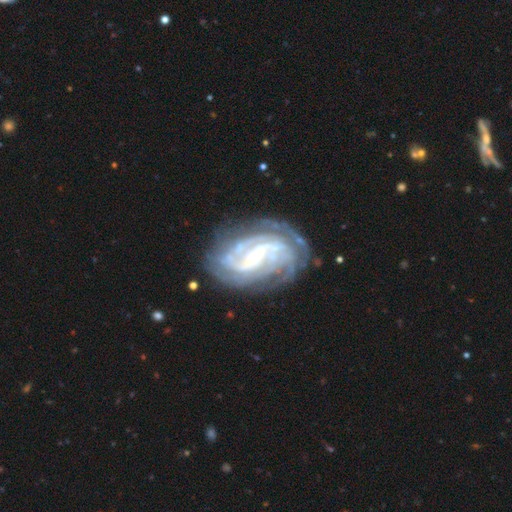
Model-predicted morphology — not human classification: A featured or disk galaxy (90%) with a weak bar (40%), 2 (24%) tight (61%) spiral arms (97%) and a small central bulge (80%).

Vote fractions:
- Smooth or featured? featured or disk: 90% / star or artifact: 5% / smooth: 5%
- Edge-on disk? no: 97% / yes: 3%
- Bar? weak: 40% / strong: 36% / no: 24%
- Spiral arms? yes: 97% / no: 3%
- Spiral winding? tight: 61% / medium: 32% / loose: 7%
- Spiral arm count? 2: 24% / can't tell: 23% / 3: 21% / 4: 18% / more than 4: 8% / 1: 7%
- Bulge size? small: 80% / moderate: 15% / none: 3% / large: 1% / dominant: 1%
- Merging? none: 73% / minor disturbance: 17% / major disturbance: 8% / merger: 2%